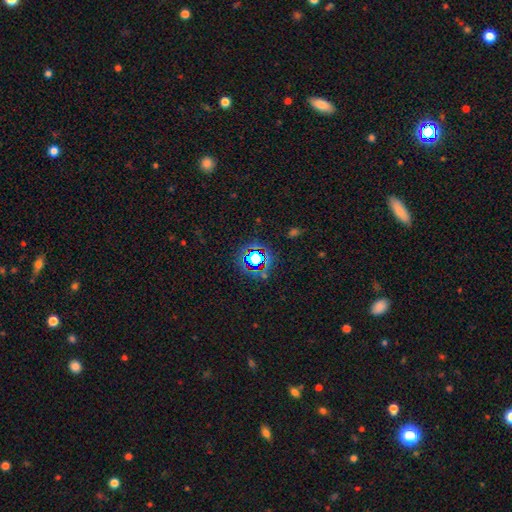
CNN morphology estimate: Smooth or featured? Predicted: star or artifact (p=0.74).